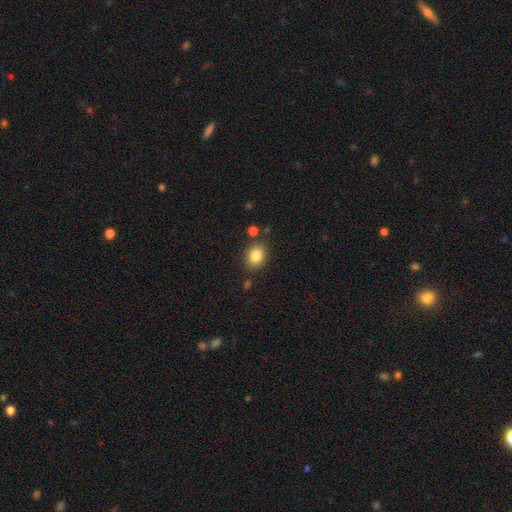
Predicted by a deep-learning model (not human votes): Q: Smooth or featured?
A: smooth (84%); runner-up: star or artifact (9%)
Q: How rounded?
A: in between (55%); runner-up: round (44%)
Q: Merging?
A: none (81%); runner-up: minor disturbance (11%)